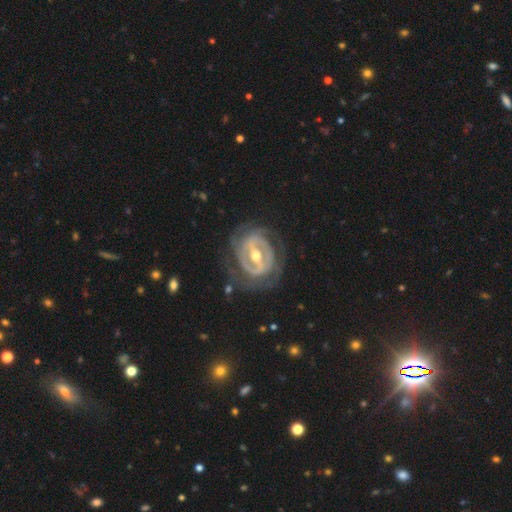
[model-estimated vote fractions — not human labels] Smooth or featured?
  - featured or disk: 89% *
  - smooth: 6%
  - star or artifact: 4%
Edge-on disk?
  - no: 96% *
  - yes: 4%
Bar?
  - strong: 63% *
  - weak: 27%
  - no: 10%
Spiral arms?
  - yes: 88% *
  - no: 12%
Spiral winding?
  - tight: 67% *
  - medium: 24%
  - loose: 8%
Spiral arm count?
  - 2: 45% *
  - can't tell: 25%
  - 3: 15%
  - 4: 6%
  - 1: 5%
  - more than 4: 4%
Bulge size?
  - moderate: 69% *
  - small: 25%
  - large: 4%
  - none: 1%
  - dominant: 1%
Merging?
  - none: 72% *
  - minor disturbance: 16%
  - major disturbance: 10%
  - merger: 2%